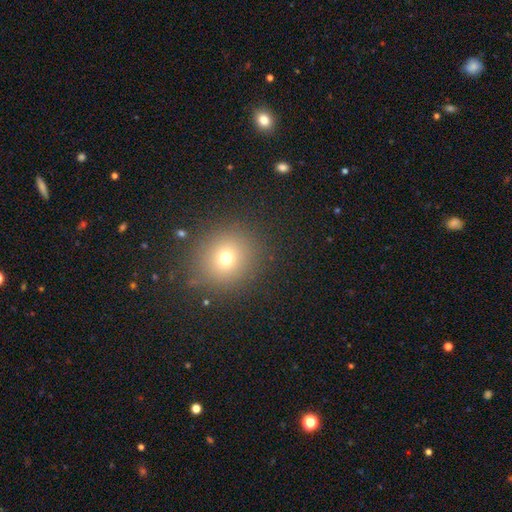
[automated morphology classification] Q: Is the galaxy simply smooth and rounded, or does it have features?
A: smooth — 65%.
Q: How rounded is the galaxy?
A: round — 87%.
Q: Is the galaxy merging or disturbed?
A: none — 89%.